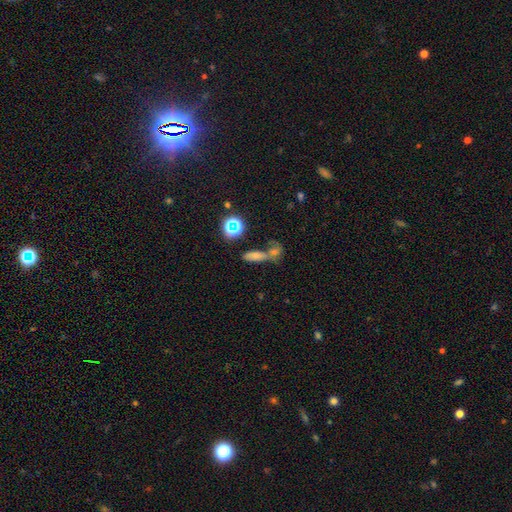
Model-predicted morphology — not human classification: Q: Smooth or featured?
A: smooth (66%); runner-up: star or artifact (21%)
Q: How rounded?
A: in between (59%); runner-up: cigar-shaped (31%)
Q: Merging?
A: merger (45%); runner-up: none (40%)